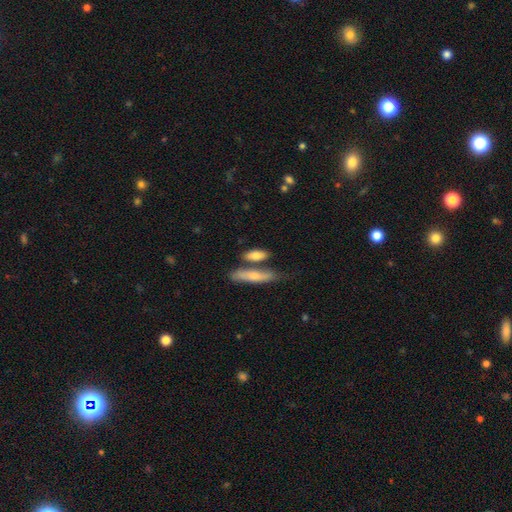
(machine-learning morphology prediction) A smooth galaxy with no disk features (74%) that is in between round and cigar-shaped (57%). Merging: none (55%).